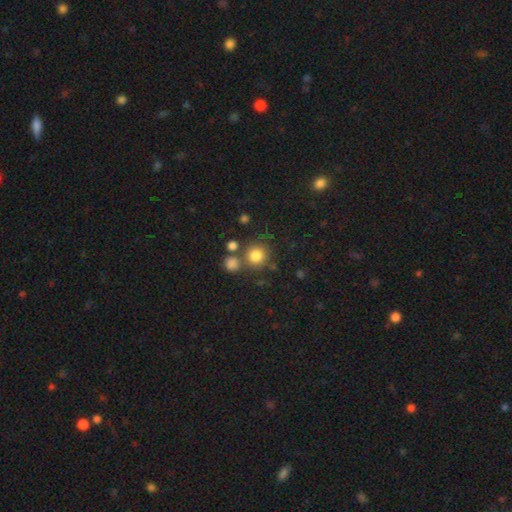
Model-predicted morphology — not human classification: A smooth galaxy with no disk features (81%) that is round (91%). Merging: none (72%).